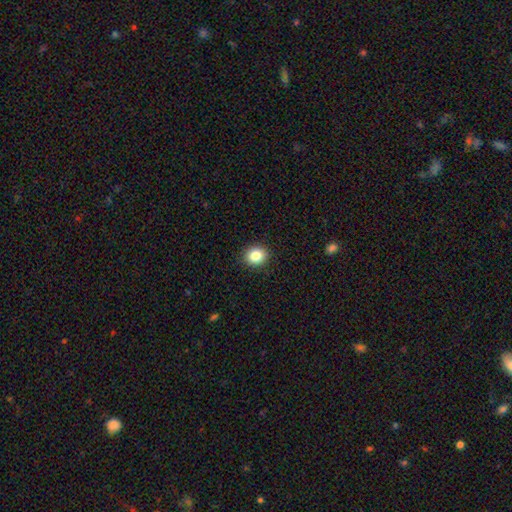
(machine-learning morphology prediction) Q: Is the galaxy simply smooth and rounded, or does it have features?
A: smooth — 84%.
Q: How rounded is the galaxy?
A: round — 72%.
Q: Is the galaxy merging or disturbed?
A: none — 91%.